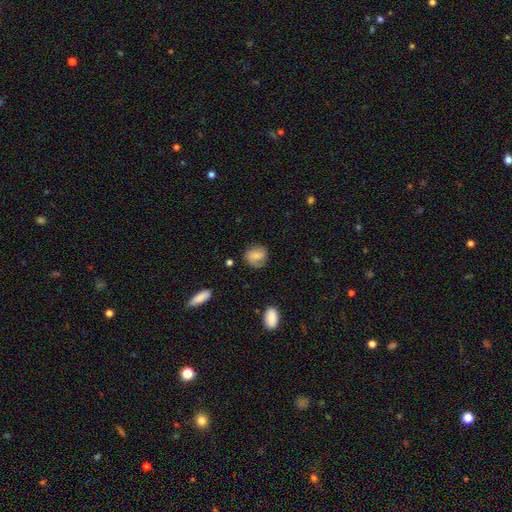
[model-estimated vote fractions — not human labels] Smooth or featured? smooth (73%)
How rounded? round (64%)
Merging? none (72%)